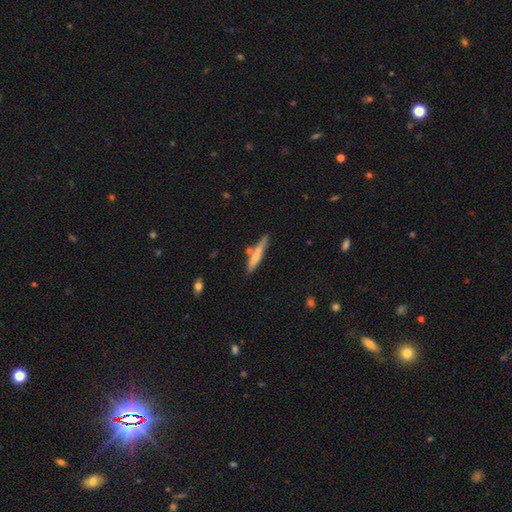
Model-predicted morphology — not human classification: smooth_or_featured: smooth (p=0.63) [alt: featured or disk p=0.31]
how_rounded: cigar-shaped (p=0.91) [alt: in between p=0.08]
merging: none (p=0.70) [alt: minor disturbance p=0.15]